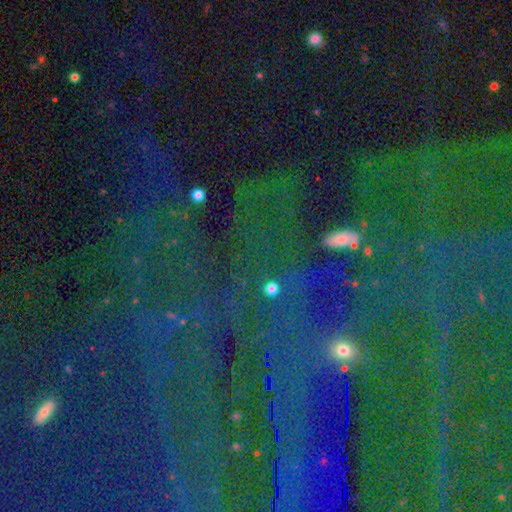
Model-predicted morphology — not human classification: A star or artifact, not a galaxy (82%).